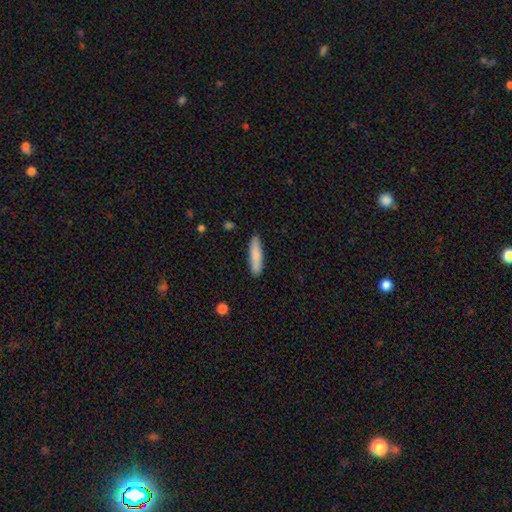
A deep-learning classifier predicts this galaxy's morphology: The model was most divided on "how rounded": cigar-shaped: 80%, in between: 18%, round: 1%. More confident: merging — none (88%); smooth or featured — smooth (83%).